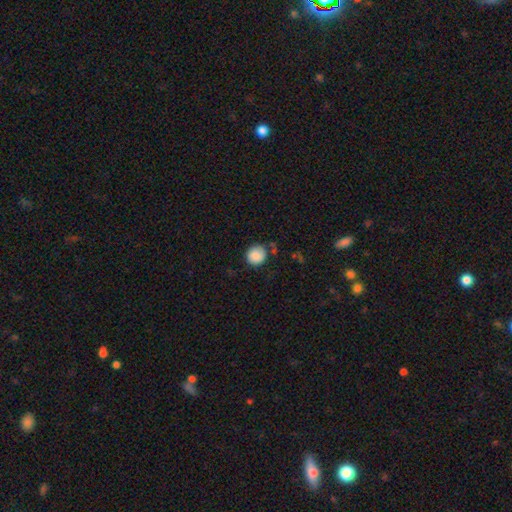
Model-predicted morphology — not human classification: smooth-or-featured: smooth: 87% | star or artifact: 8% | featured or disk: 5%
  how-rounded: round: 89% | in between: 10% | cigar-shaped: 1%
  merging: none: 75% | minor disturbance: 17% | major disturbance: 4% | merger: 3%